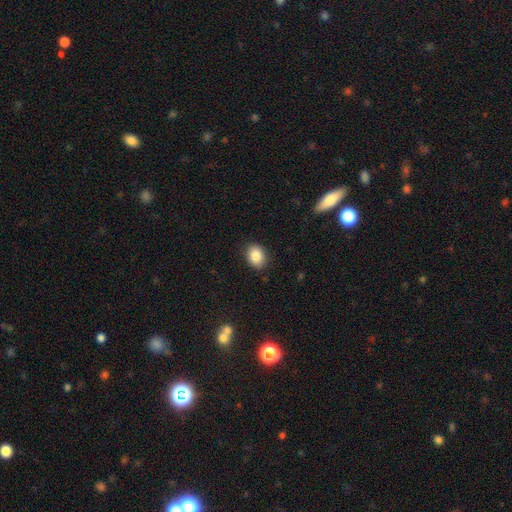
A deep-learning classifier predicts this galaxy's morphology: Overall: smooth (86%). How rounded: in between (61%; round 38%). Merging: none (87%).